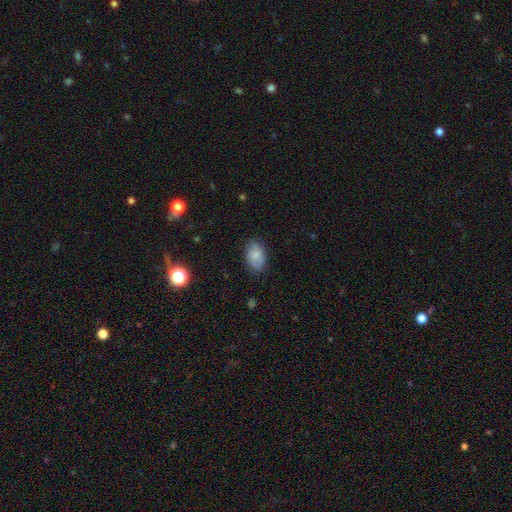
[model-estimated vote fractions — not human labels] Morphology: type=smooth (81%); roundness=in between (89%); merging=none (79%).